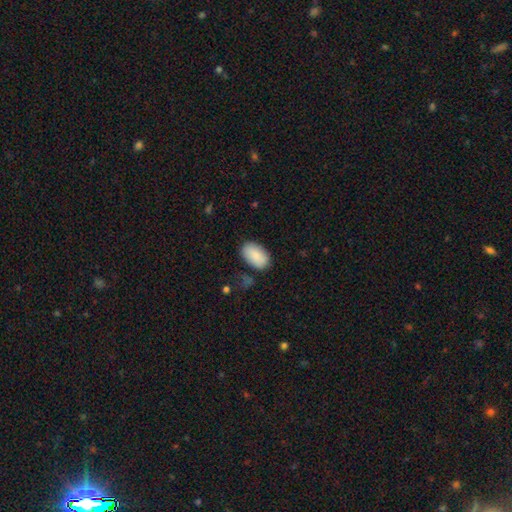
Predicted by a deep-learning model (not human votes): This appears to be a smooth galaxy with no disk features (87%) that is in between round and cigar-shaped (94%). Merging: none (81%).